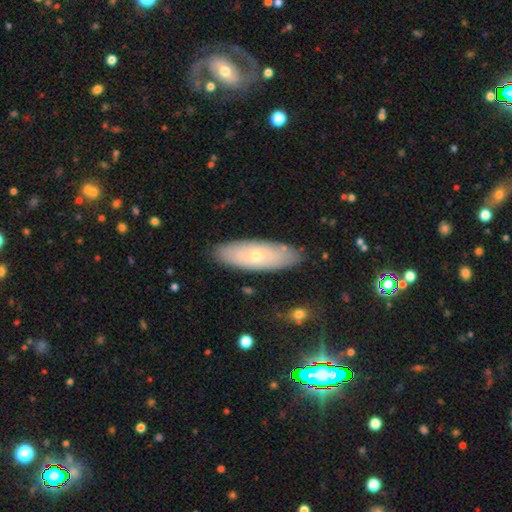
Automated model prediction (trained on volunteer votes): Q: Smooth or featured?
A: smooth (50%); runner-up: featured or disk (44%)
Q: Merging?
A: none (84%); runner-up: minor disturbance (12%)